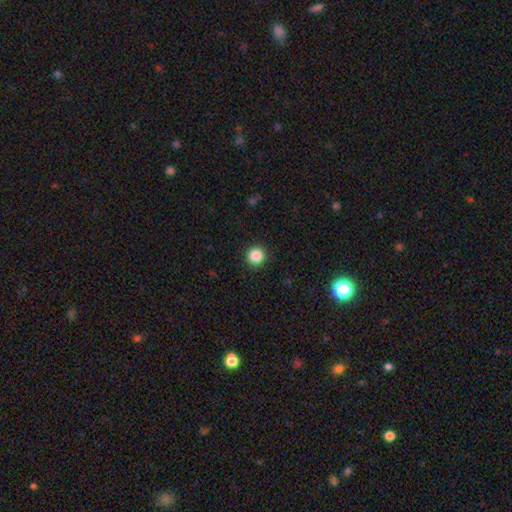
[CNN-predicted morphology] A smooth galaxy with no disk features (86%) that is round (95%). Merging: none (92%).